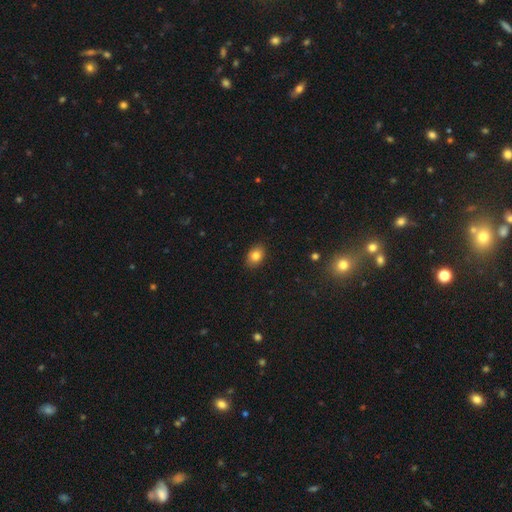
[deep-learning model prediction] Smooth or featured?
  - smooth: 82% *
  - star or artifact: 10%
  - featured or disk: 9%
How rounded?
  - in between: 76% *
  - round: 23%
  - cigar-shaped: 1%
Merging?
  - none: 88% *
  - minor disturbance: 9%
  - major disturbance: 2%
  - merger: 1%